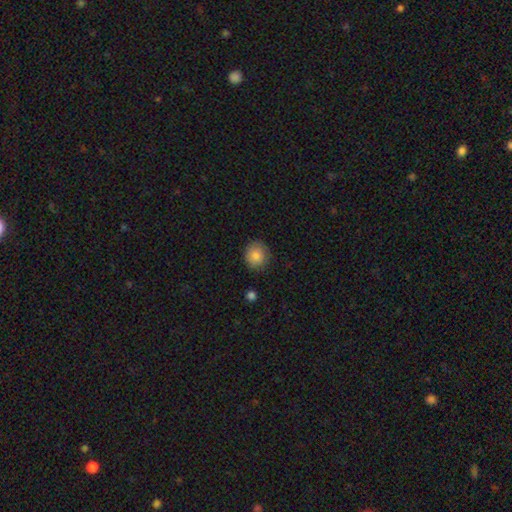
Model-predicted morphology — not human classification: type=smooth (84%); roundness=round (85%); merging=none (83%).